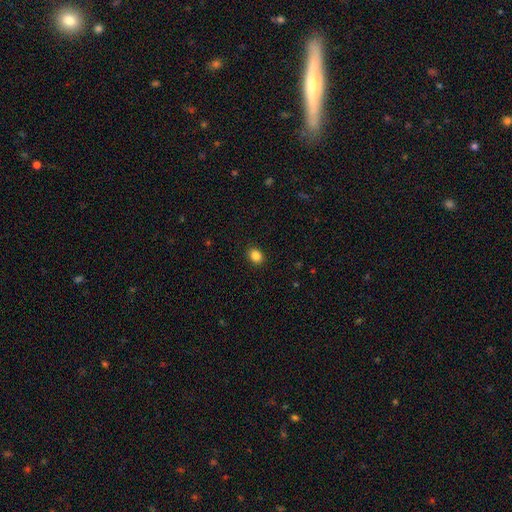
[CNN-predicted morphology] Smooth or featured: smooth — 86% (star or artifact — 10%)
How rounded: round — 53% (in between — 47%)
Merging: none — 90% (minor disturbance — 7%)